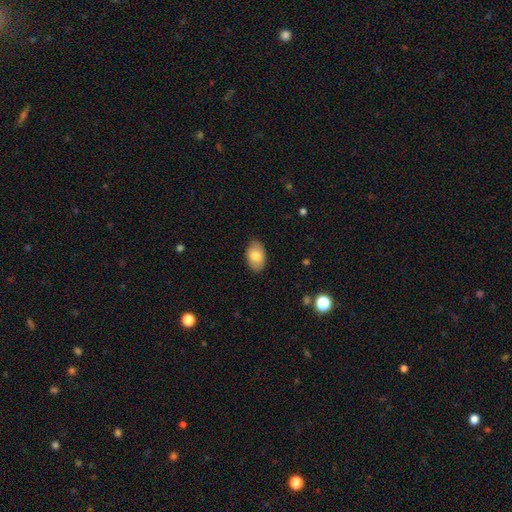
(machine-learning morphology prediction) smooth_or_featured: smooth (p=0.79) [alt: featured or disk p=0.14]
how_rounded: in between (p=0.91) [alt: round p=0.08]
merging: none (p=0.87) [alt: minor disturbance p=0.10]